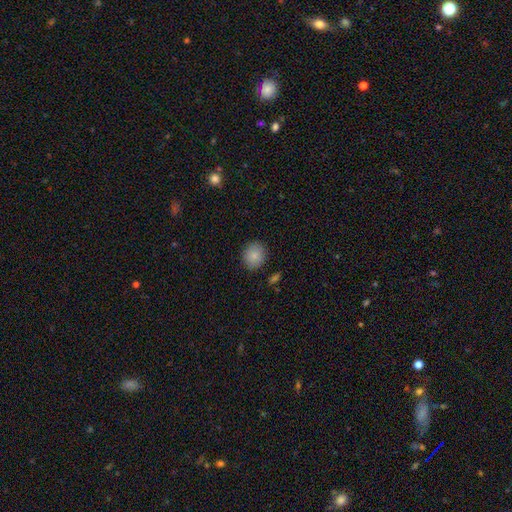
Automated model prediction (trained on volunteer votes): Morphology: type=smooth (86%); roundness=round (75%); merging=none (88%).